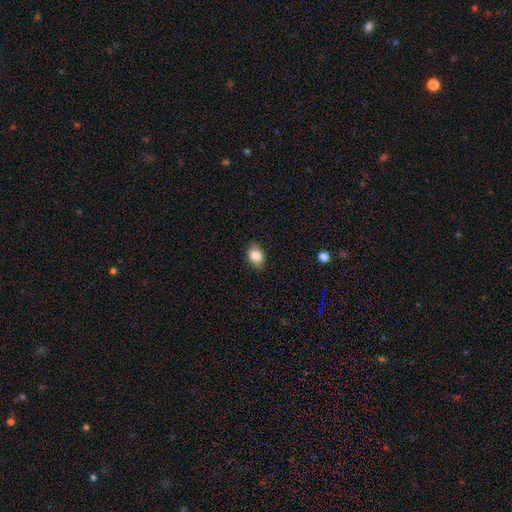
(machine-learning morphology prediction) smooth_or_featured: smooth (p=0.84) [alt: star or artifact p=0.08]
how_rounded: in between (p=0.79) [alt: round p=0.19]
merging: none (p=0.85) [alt: minor disturbance p=0.12]